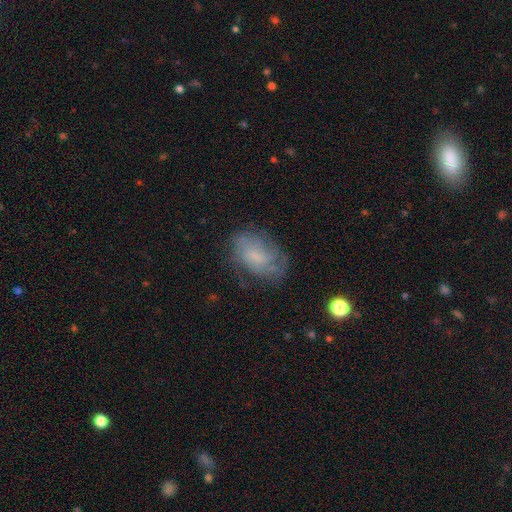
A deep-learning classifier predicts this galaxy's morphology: smooth 45%, featured or disk 44%, star or artifact 10%. Down the decision tree: merging — none (64%).